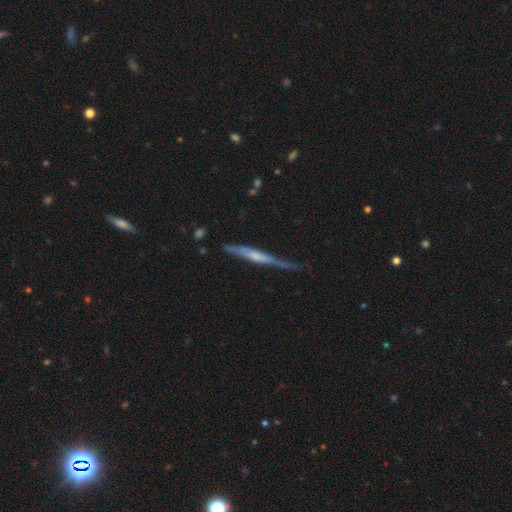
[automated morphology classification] Overall: featured or disk (59%; smooth 35%). Edge-on disk: yes (92%). Edge-on bulge: none (42%; rounded 32%). Merging: none (56%; minor disturbance 29%).